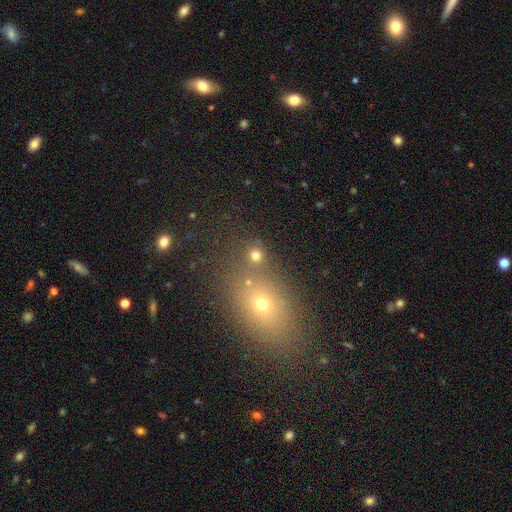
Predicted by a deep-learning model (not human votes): smooth_or_featured: smooth (p=0.73) [alt: star or artifact p=0.19]
how_rounded: round (p=0.84) [alt: in between p=0.15]
merging: none (p=0.68) [alt: merger p=0.20]